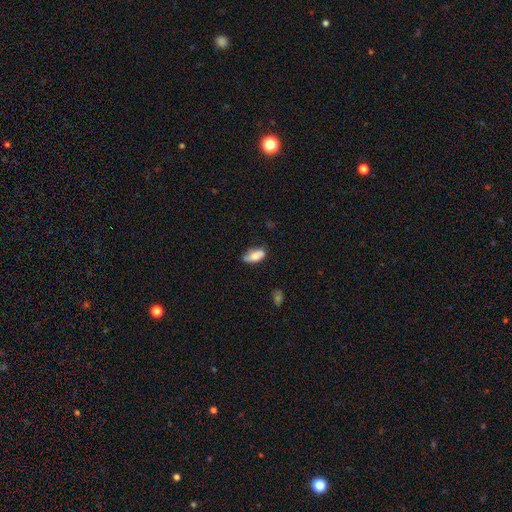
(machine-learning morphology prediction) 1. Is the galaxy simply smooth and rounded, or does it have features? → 73% smooth, 20% featured or disk, 7% star or artifact.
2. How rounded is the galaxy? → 87% in between, 10% cigar-shaped, 3% round.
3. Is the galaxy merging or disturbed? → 54% none, 31% minor disturbance, 8% major disturbance, 6% merger.